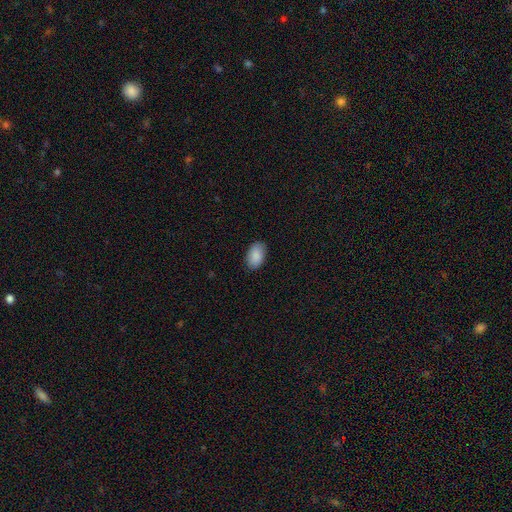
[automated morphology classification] Overall: smooth (89%). How rounded: in between (92%). Merging: none (86%).